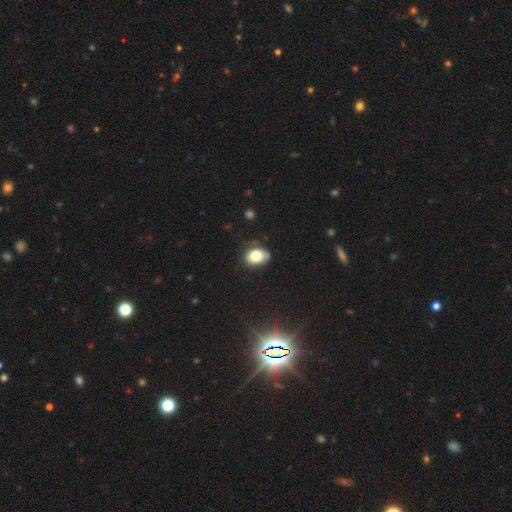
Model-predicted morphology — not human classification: smooth 77%, featured or disk 14%, star or artifact 10%. Down the decision tree: how rounded — in between (70%); merging — none (70%).